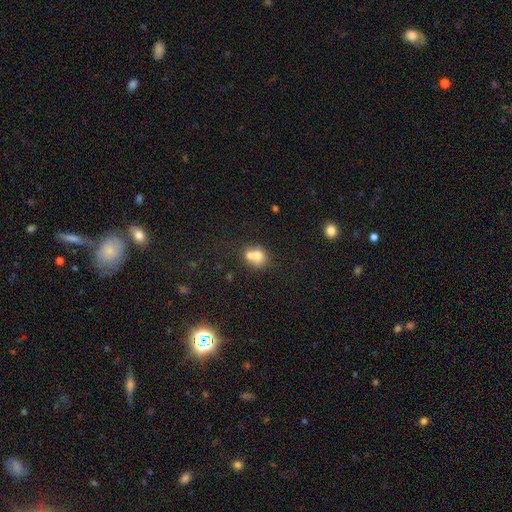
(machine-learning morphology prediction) smooth-or-featured: smooth: 69% | featured or disk: 20% | star or artifact: 11%
  how-rounded: round: 75% | in between: 24% | cigar-shaped: 1%
  merging: merger: 56% | none: 33% | minor disturbance: 7% | major disturbance: 3%